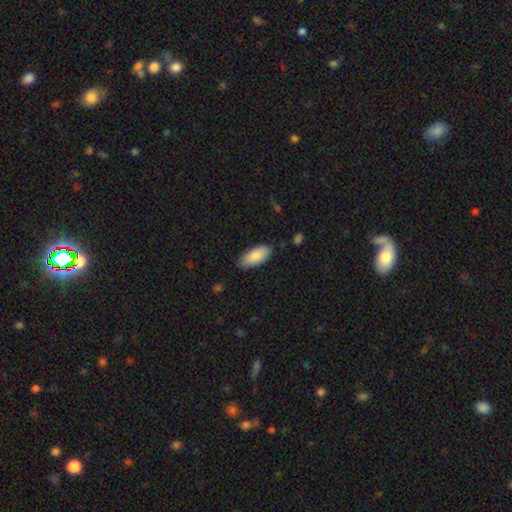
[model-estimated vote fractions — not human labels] Q: Smooth or featured?
A: smooth (87%); runner-up: featured or disk (8%)
Q: How rounded?
A: in between (88%); runner-up: cigar-shaped (10%)
Q: Merging?
A: none (84%); runner-up: minor disturbance (12%)